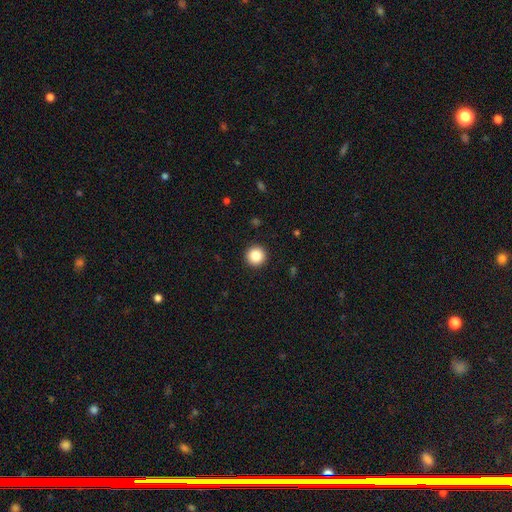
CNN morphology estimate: smooth 86%, star or artifact 10%, featured or disk 4%. Down the decision tree: how rounded — round (96%); merging — none (93%).